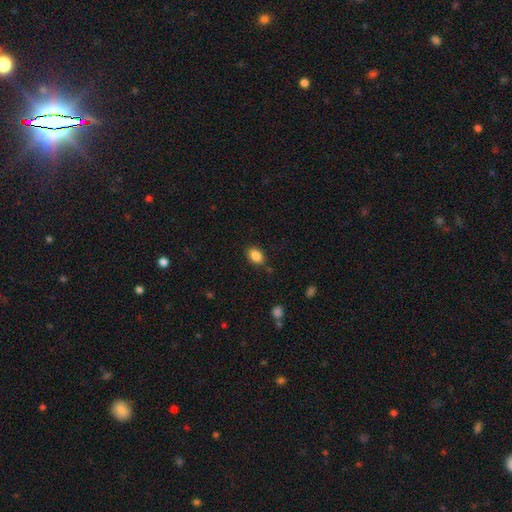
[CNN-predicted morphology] type=smooth (86%); roundness=in between (82%); merging=none (83%).